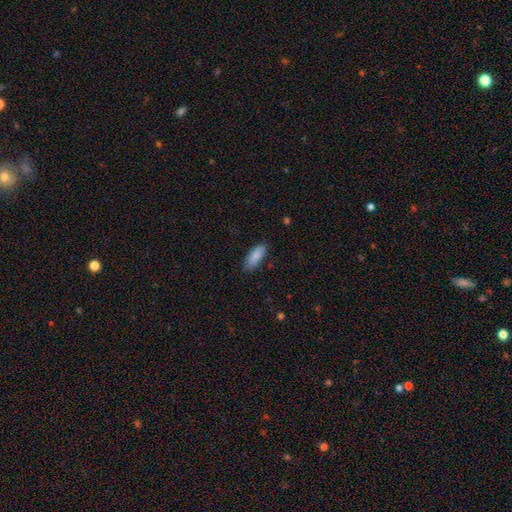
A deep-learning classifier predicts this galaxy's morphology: A smooth galaxy with no disk features (89%) that is in between round and cigar-shaped (74%).

Vote fractions:
- Smooth or featured? smooth: 89% / star or artifact: 6% / featured or disk: 5%
- How rounded? in between: 74% / cigar-shaped: 24% / round: 2%
- Merging? none: 84% / minor disturbance: 13% / major disturbance: 2% / merger: 1%